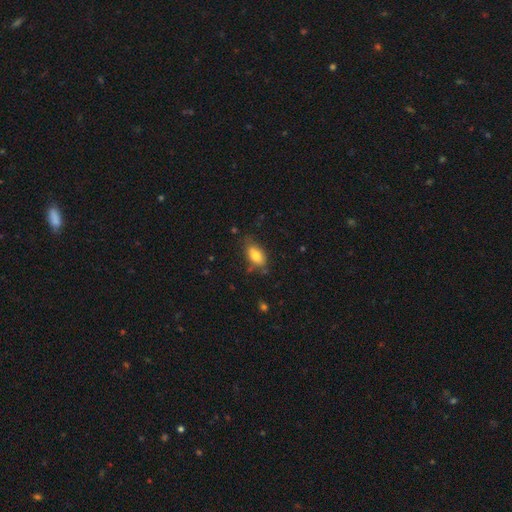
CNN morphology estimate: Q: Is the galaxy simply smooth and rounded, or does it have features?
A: smooth — 78%.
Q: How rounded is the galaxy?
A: in between — 88%.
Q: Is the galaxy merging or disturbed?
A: none — 67%.